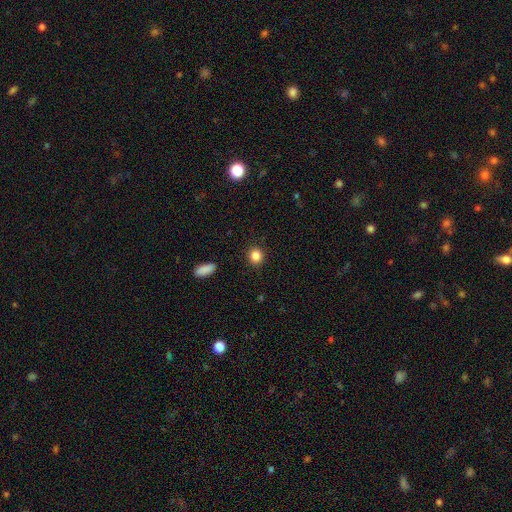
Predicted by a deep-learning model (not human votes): Smooth or featured? Predicted: smooth (p=0.85). How rounded? Predicted: round (p=0.84). Merging? Predicted: none (p=0.91).